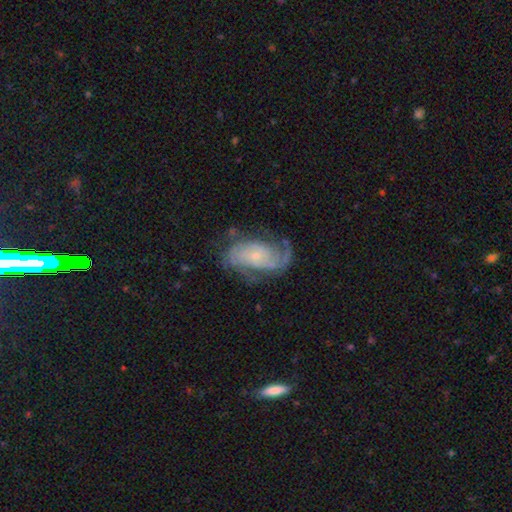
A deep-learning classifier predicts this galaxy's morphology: A featured or disk galaxy (83%) with no bar (69%), 2 (53%) medium (40%, tied with tight) spiral arms (94%) and a small central bulge (78%). Merging: none (62%).